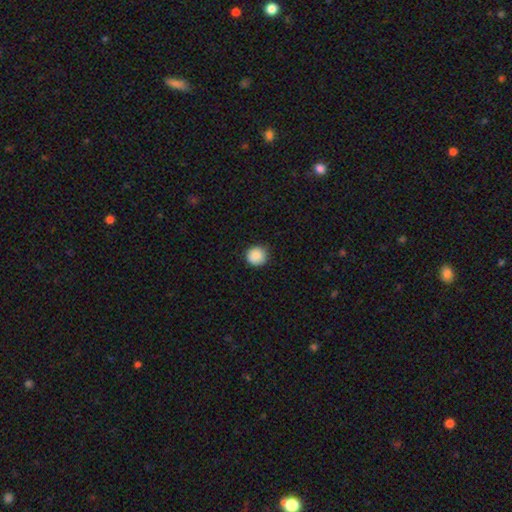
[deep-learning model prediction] This is clearly a smooth galaxy (89%). How rounded: clearly round (94%). Merging: clearly none (89%).